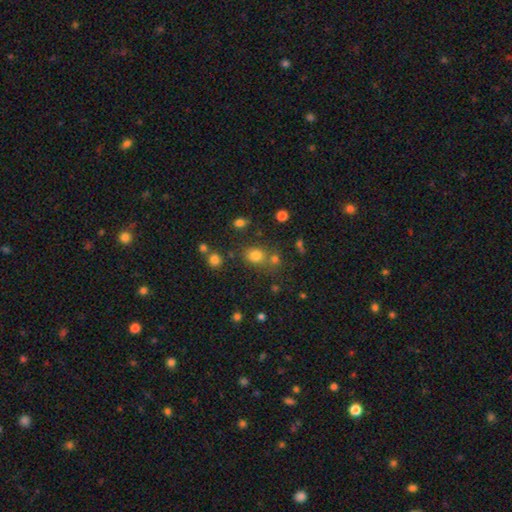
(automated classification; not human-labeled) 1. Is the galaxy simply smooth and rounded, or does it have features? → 75% smooth, 17% star or artifact, 8% featured or disk.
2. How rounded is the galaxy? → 61% round, 37% in between, 1% cigar-shaped.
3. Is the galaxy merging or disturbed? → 65% none, 17% merger, 12% minor disturbance, 5% major disturbance.